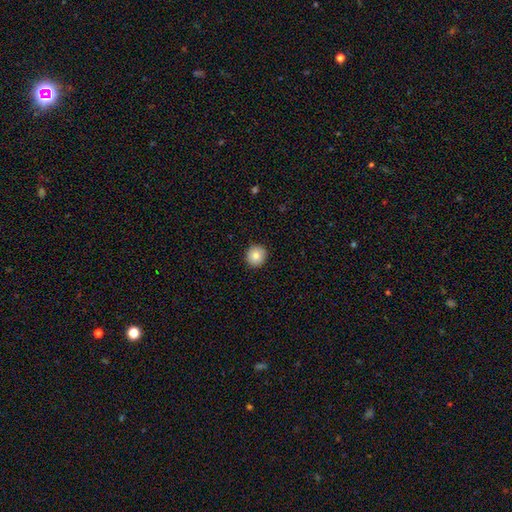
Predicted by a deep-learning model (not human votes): Smooth or featured? smooth (84%)
How rounded? round (92%)
Merging? none (92%)